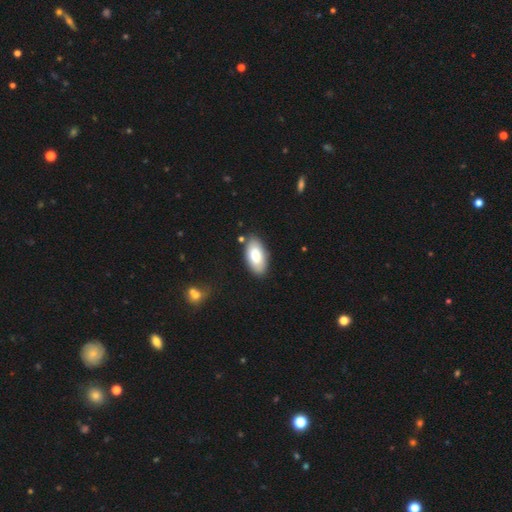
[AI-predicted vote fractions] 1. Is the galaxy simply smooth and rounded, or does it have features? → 78% smooth, 16% featured or disk, 6% star or artifact.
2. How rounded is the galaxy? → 94% in between, 4% cigar-shaped, 2% round.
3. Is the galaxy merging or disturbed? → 84% none, 11% minor disturbance, 3% merger, 3% major disturbance.